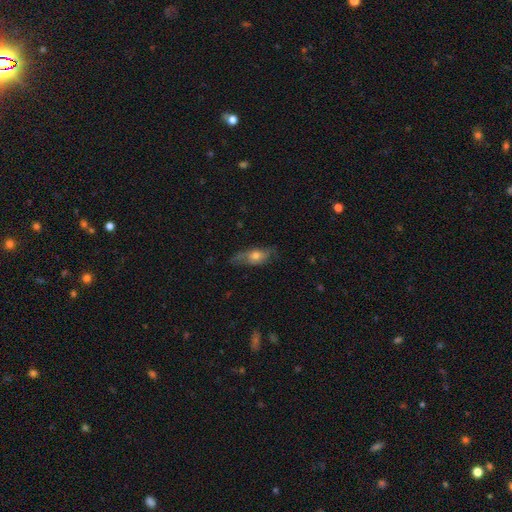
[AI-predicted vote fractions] smooth_or_featured: smooth (p=0.52) [alt: featured or disk p=0.40]
how_rounded: in between (p=0.68) [alt: cigar-shaped p=0.26]
merging: none (p=0.61) [alt: minor disturbance p=0.28]